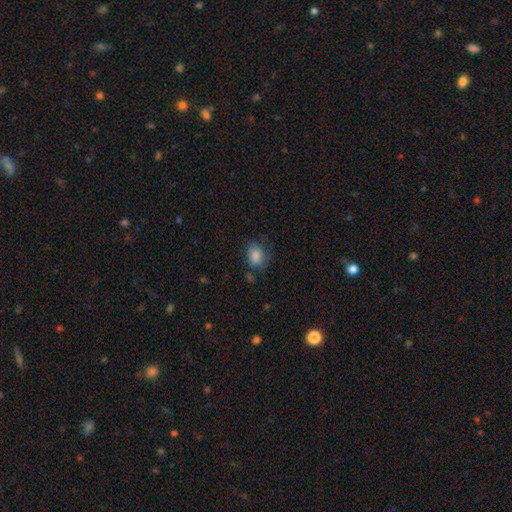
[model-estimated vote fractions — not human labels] smooth-or-featured: smooth: 84% | star or artifact: 9% | featured or disk: 7%
  how-rounded: round: 51% | in between: 48% | cigar-shaped: 1%
  merging: none: 64% | minor disturbance: 24% | major disturbance: 9% | merger: 3%